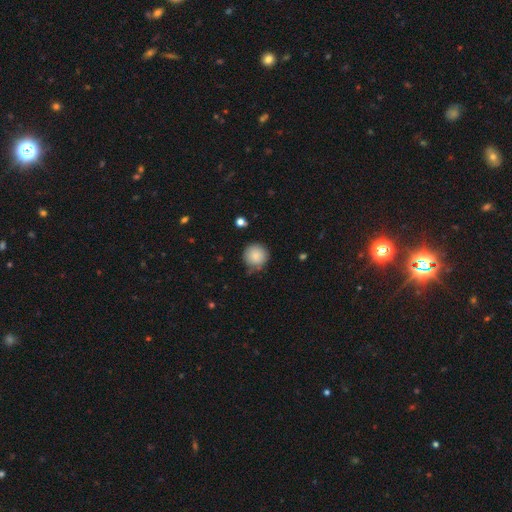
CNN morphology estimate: smooth 86%, star or artifact 8%, featured or disk 6%. Down the decision tree: how rounded — round (95%); merging — none (76%).